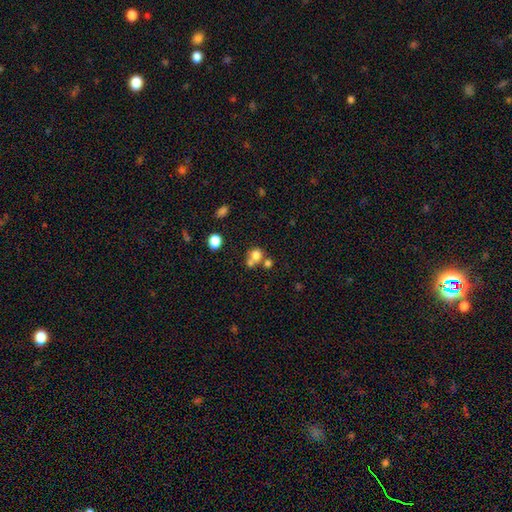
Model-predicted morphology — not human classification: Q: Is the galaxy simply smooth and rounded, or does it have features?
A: smooth — 74%.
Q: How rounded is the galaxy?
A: round — 76%.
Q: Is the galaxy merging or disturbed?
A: merger — 48%.